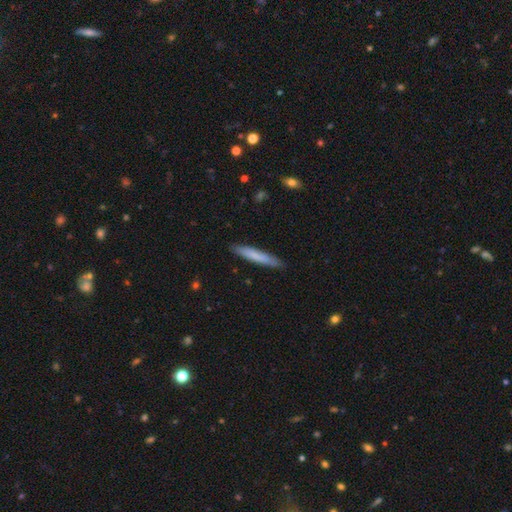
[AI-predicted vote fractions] The model was most divided on "smooth or featured": smooth: 73%, featured or disk: 22%, star or artifact: 6%. More confident: how rounded — cigar-shaped (94%); merging — none (87%).